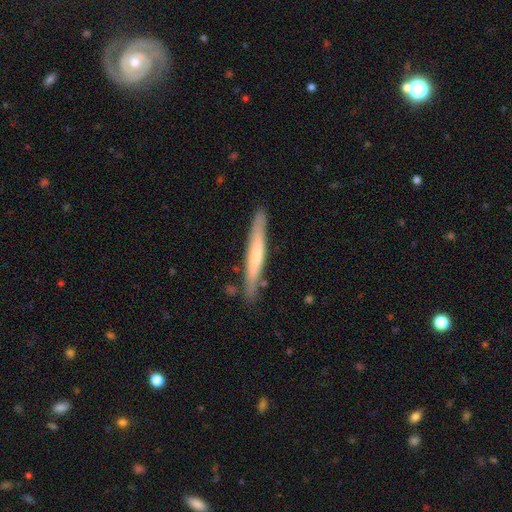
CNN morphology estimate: smooth-or-featured: smooth: 52% | featured or disk: 43% | star or artifact: 5%
  how-rounded: cigar-shaped: 96% | in between: 3% | round: 1%
  merging: none: 84% | minor disturbance: 12% | merger: 2% | major disturbance: 2%